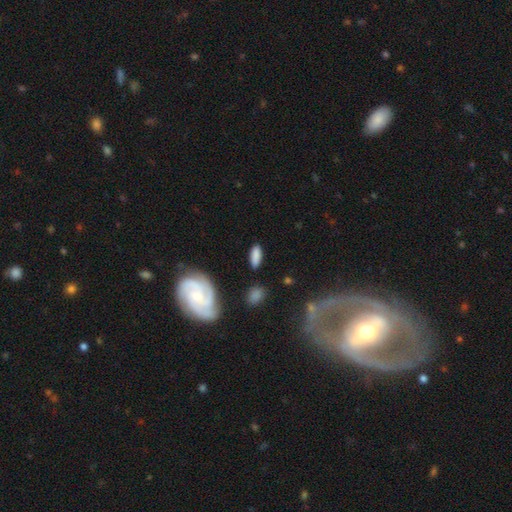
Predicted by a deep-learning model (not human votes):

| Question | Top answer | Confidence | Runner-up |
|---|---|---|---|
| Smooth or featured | smooth | 79% | featured or disk (14%) |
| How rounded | in between | 66% | cigar-shaped (31%) |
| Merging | none | 82% | minor disturbance (12%) |